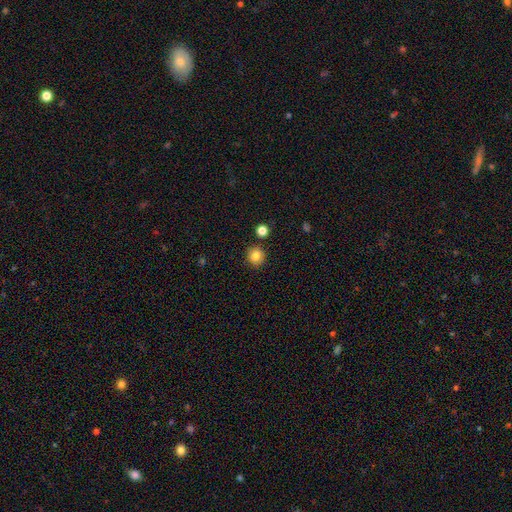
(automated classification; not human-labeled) smooth-or-featured: smooth: 84% | star or artifact: 11% | featured or disk: 6%
  how-rounded: round: 89% | in between: 10% | cigar-shaped: 1%
  merging: none: 87% | minor disturbance: 7% | merger: 4% | major disturbance: 2%